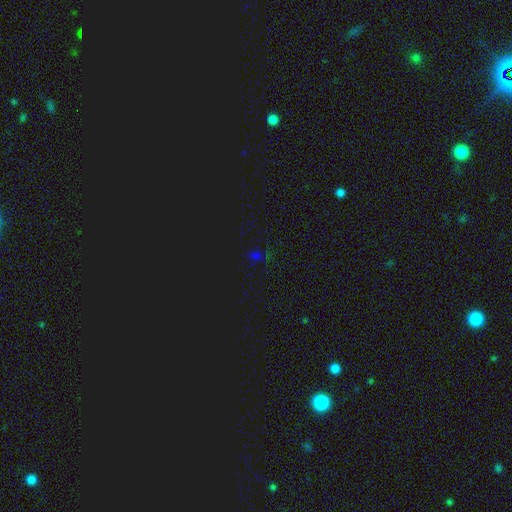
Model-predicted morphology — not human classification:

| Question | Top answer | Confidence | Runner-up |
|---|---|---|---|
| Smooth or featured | star or artifact | 66% | smooth (28%) |